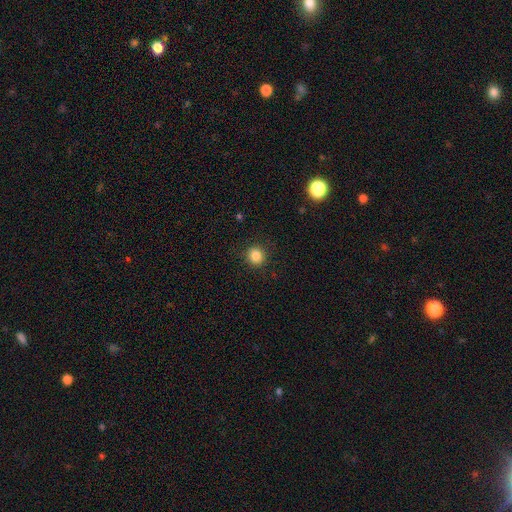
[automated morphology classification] Smooth or featured: smooth — 85% (star or artifact — 11%)
How rounded: round — 90% (in between — 9%)
Merging: none — 90% (minor disturbance — 7%)